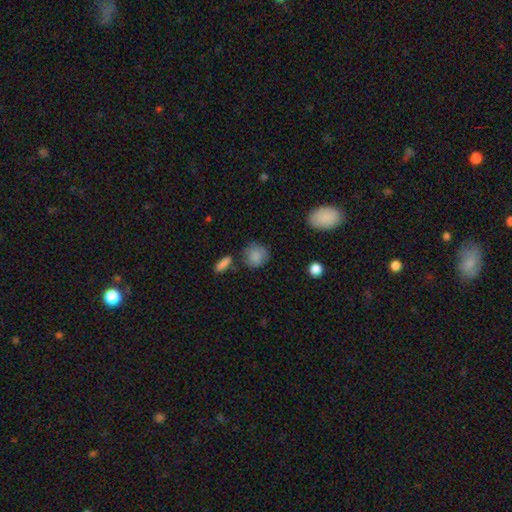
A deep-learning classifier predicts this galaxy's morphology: Smooth or featured: smooth — 84% (featured or disk — 8%)
How rounded: round — 82% (in between — 16%)
Merging: none — 71% (minor disturbance — 18%)